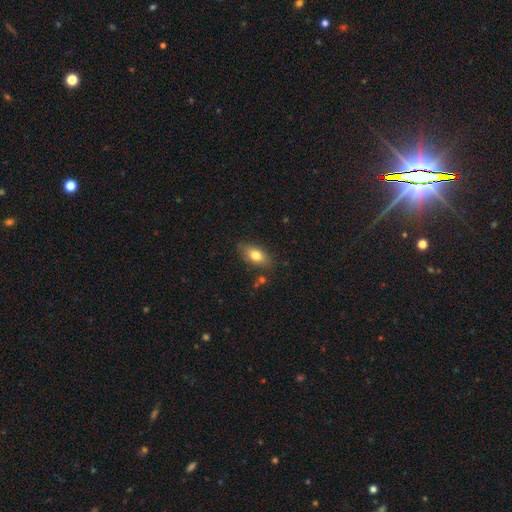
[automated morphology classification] smooth-or-featured: smooth: 77% | featured or disk: 14% | star or artifact: 8%
  how-rounded: in between: 86% | round: 9% | cigar-shaped: 5%
  merging: none: 78% | minor disturbance: 15% | major disturbance: 3% | merger: 3%